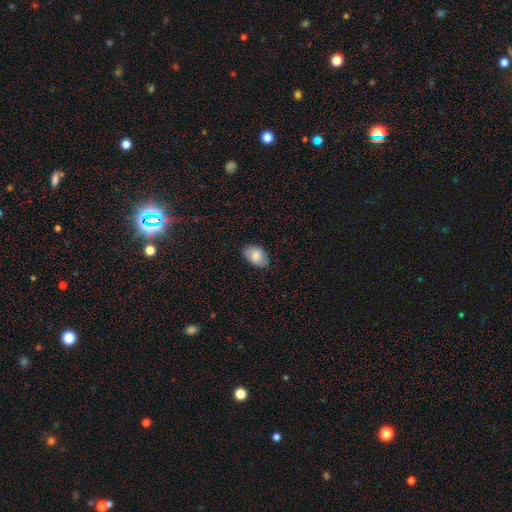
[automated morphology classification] smooth-or-featured: smooth: 80% | featured or disk: 13% | star or artifact: 7%
  how-rounded: in between: 89% | round: 10% | cigar-shaped: 1%
  merging: none: 80% | minor disturbance: 16% | major disturbance: 3% | merger: 1%